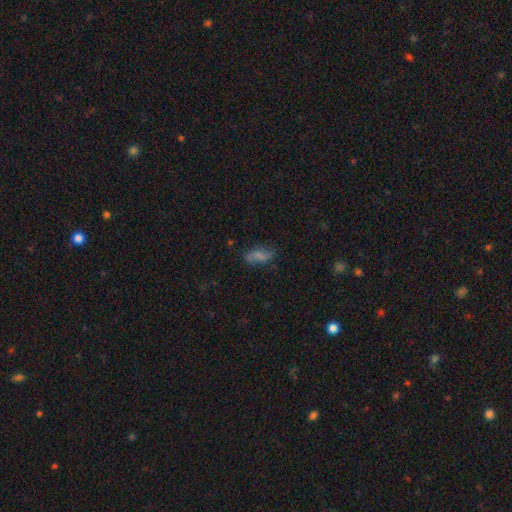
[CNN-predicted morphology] Overall: smooth (57%; featured or disk 28%). How rounded: in between (76%). Merging: none (67%).